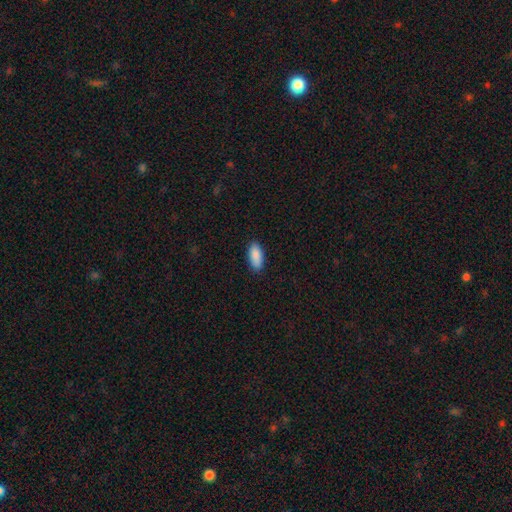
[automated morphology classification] smooth-or-featured: smooth: 90% | star or artifact: 6% | featured or disk: 4%
  how-rounded: in between: 89% | cigar-shaped: 9% | round: 2%
  merging: none: 88% | minor disturbance: 9% | major disturbance: 2% | merger: 1%